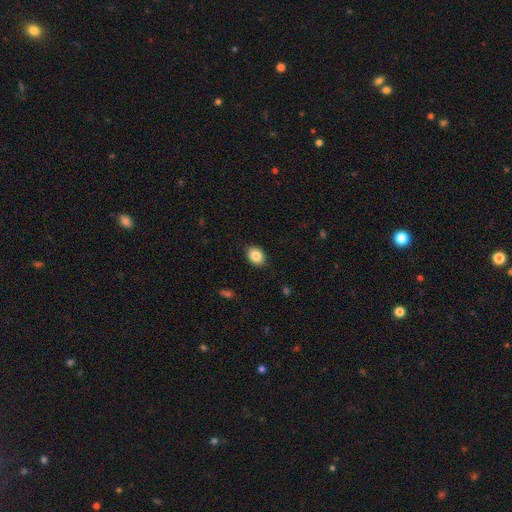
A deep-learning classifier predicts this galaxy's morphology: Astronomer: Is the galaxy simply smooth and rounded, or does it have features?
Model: smooth — 86%.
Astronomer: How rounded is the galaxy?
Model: in between — 70%.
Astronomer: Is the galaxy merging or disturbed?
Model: none — 88%.